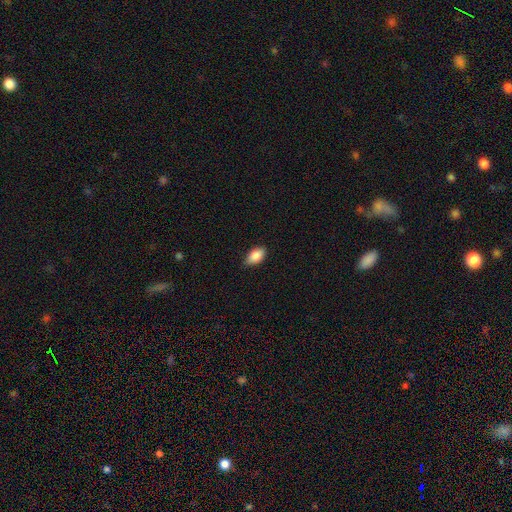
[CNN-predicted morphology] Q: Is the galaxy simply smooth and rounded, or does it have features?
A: smooth — 86%.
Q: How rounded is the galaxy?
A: in between — 92%.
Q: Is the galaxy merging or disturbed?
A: none — 78%.